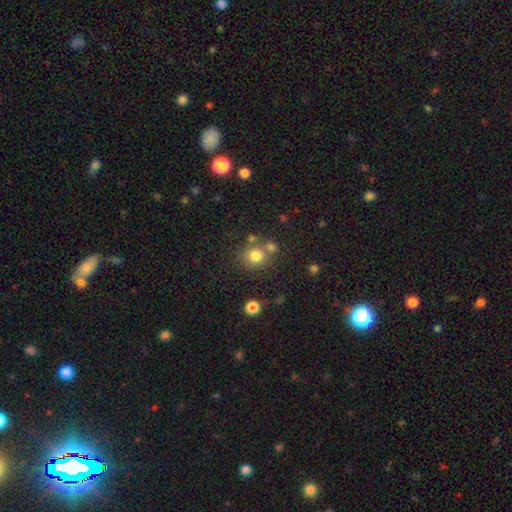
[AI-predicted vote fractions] Smooth or featured? smooth (78%)
How rounded? round (86%)
Merging? none (66%)